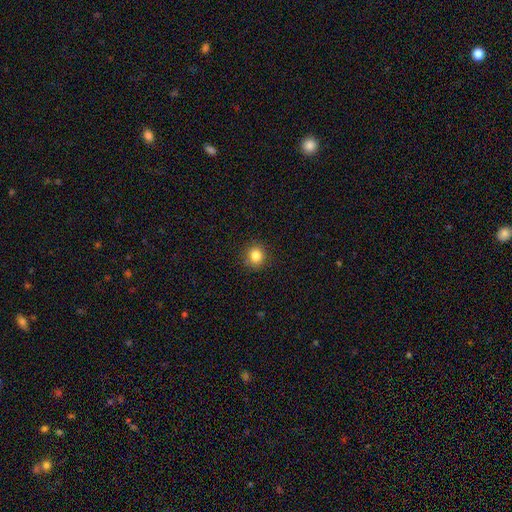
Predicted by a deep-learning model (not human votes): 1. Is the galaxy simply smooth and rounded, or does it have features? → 83% smooth, 11% star or artifact, 5% featured or disk.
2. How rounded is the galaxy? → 88% round, 11% in between, 1% cigar-shaped.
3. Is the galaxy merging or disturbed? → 90% none, 7% minor disturbance, 2% major disturbance, 1% merger.